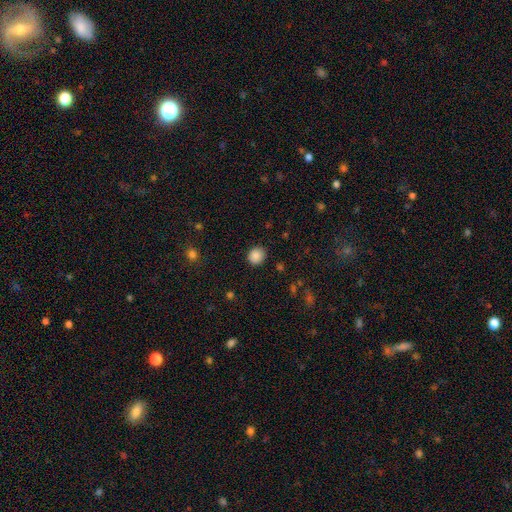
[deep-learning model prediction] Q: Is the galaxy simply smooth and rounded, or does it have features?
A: smooth — 87%.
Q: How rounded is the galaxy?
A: round — 79%.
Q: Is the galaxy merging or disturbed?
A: none — 89%.